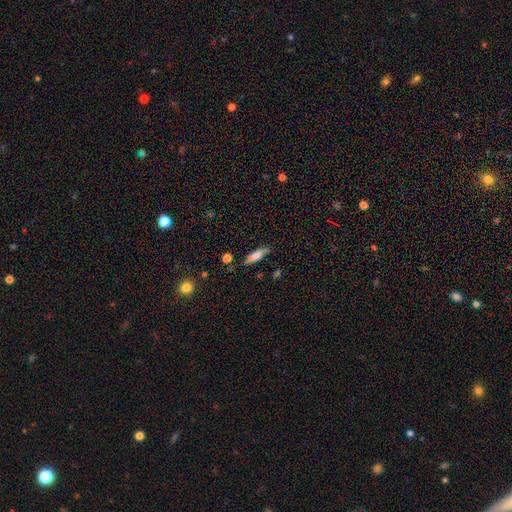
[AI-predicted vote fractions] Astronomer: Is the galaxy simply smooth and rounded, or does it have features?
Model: smooth — 70%.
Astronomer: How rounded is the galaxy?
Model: cigar-shaped — 71%.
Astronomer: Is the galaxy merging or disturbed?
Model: none — 78%.